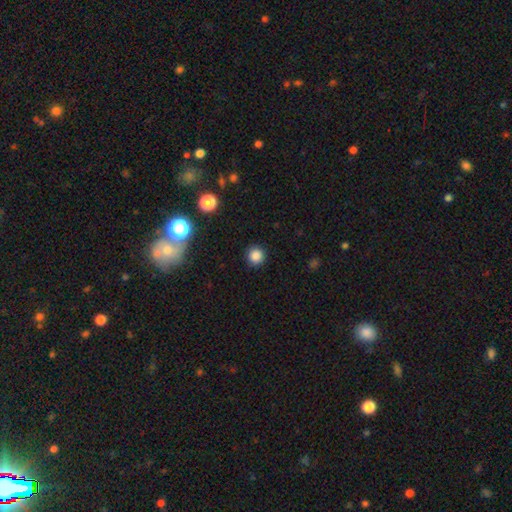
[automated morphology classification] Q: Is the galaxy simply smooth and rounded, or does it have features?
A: smooth — 84%.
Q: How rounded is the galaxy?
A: round — 94%.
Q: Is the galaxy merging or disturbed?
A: none — 91%.